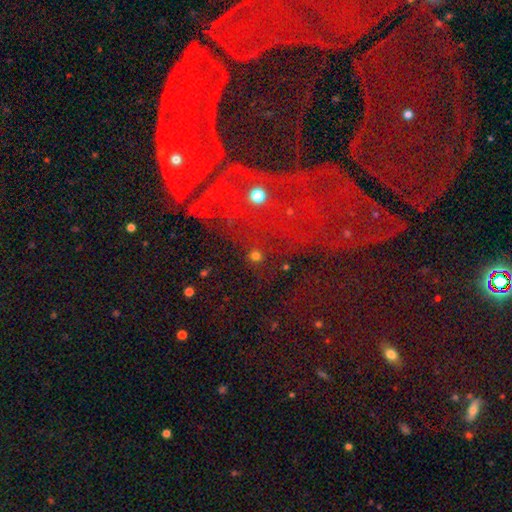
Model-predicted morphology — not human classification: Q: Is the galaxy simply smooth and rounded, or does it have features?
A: smooth — 60%.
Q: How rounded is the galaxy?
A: round — 92%.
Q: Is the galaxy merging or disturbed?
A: none — 82%.